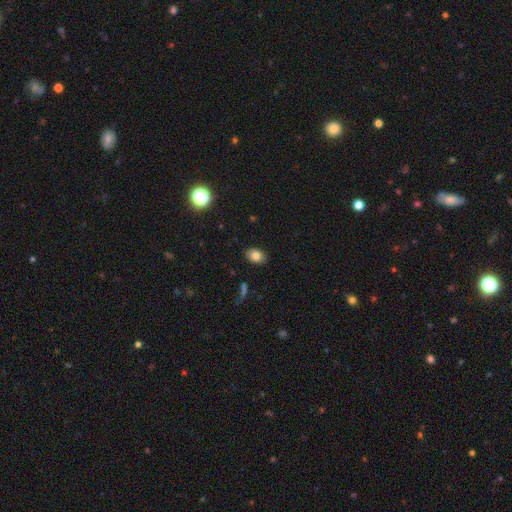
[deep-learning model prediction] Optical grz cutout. It shows a smooth galaxy with no disk features (81%) that is in between round and cigar-shaped (77%). Merging: none (88%).